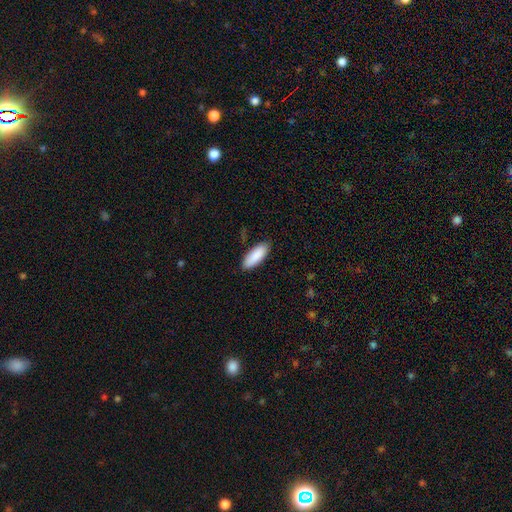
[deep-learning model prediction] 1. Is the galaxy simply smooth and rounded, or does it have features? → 89% smooth, 5% star or artifact, 5% featured or disk.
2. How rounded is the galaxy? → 72% in between, 26% cigar-shaped, 2% round.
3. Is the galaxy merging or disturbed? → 88% none, 9% minor disturbance, 2% major disturbance, 1% merger.